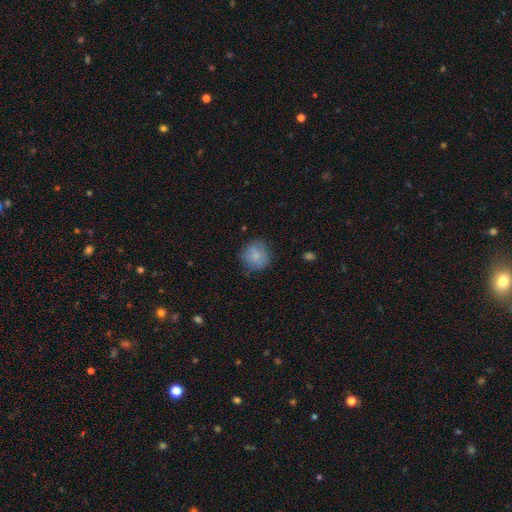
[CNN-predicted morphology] Smooth or featured? Predicted: smooth (p=0.77). How rounded? Predicted: round (p=0.87). Merging? Predicted: none (p=0.74).